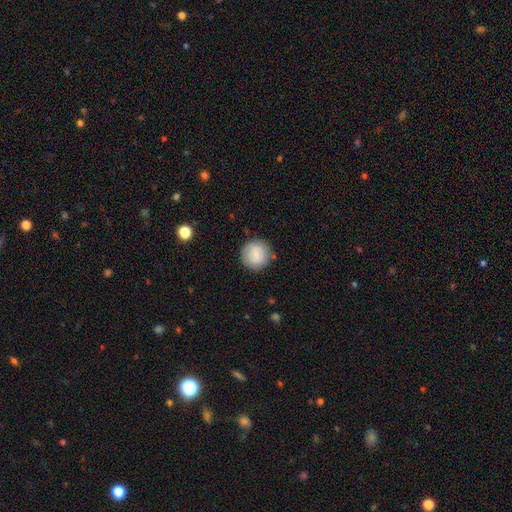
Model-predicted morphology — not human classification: Smooth or featured? smooth (83%)
How rounded? round (93%)
Merging? none (85%)